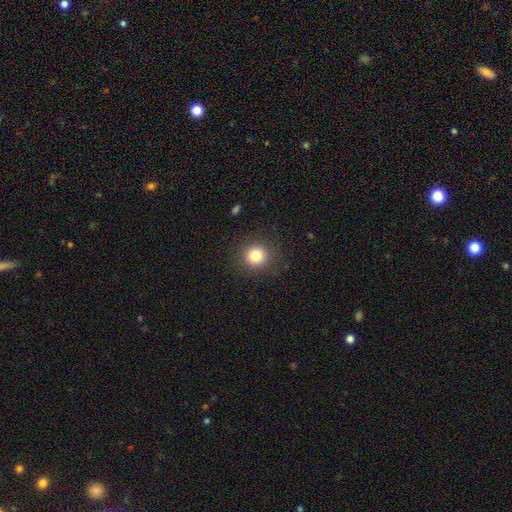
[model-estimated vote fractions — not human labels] Smooth or featured: smooth — 82% (star or artifact — 12%)
How rounded: round — 89% (in between — 10%)
Merging: none — 89% (minor disturbance — 7%)